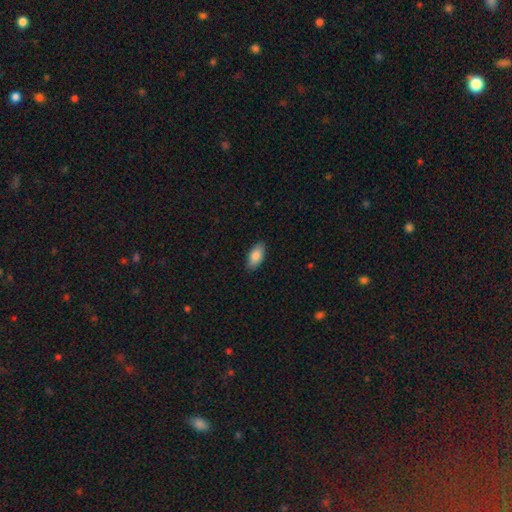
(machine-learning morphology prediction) smooth-or-featured: smooth: 85% | featured or disk: 8% | star or artifact: 6%
  how-rounded: in between: 92% | cigar-shaped: 5% | round: 3%
  merging: none: 88% | minor disturbance: 9% | major disturbance: 2% | merger: 1%